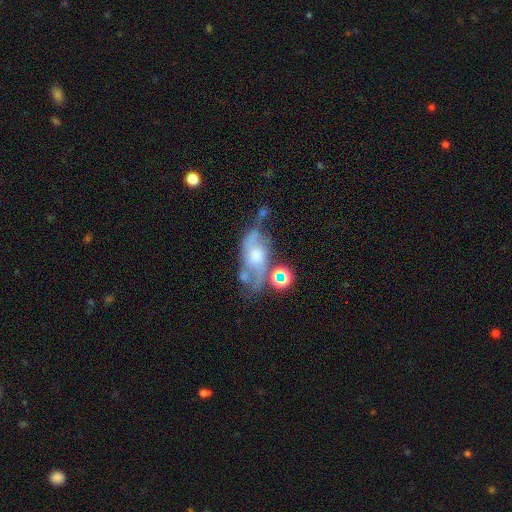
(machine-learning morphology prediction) This appears to be a featured or disk galaxy (73%) with no bar (61%), 2 (83%) loose (47%) spiral arms (84%) and a moderate central bulge (47%). Merging: none (44%).